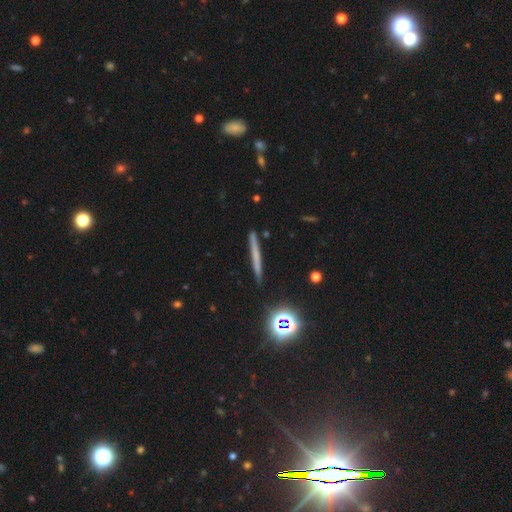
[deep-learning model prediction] Morphology: type=smooth (48%); merging=none (89%).